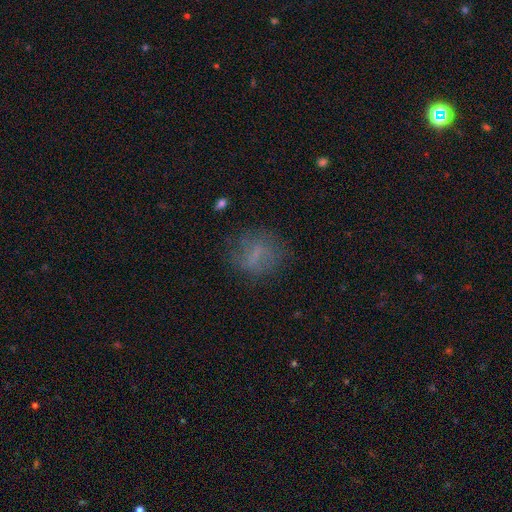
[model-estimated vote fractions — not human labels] A smooth galaxy with no disk features (53%) that is round (61%).

Vote fractions:
- Smooth or featured? smooth: 53% / featured or disk: 31% / star or artifact: 15%
- How rounded? round: 61% / in between: 34% / cigar-shaped: 4%
- Merging? none: 69% / minor disturbance: 17% / major disturbance: 12% / merger: 2%